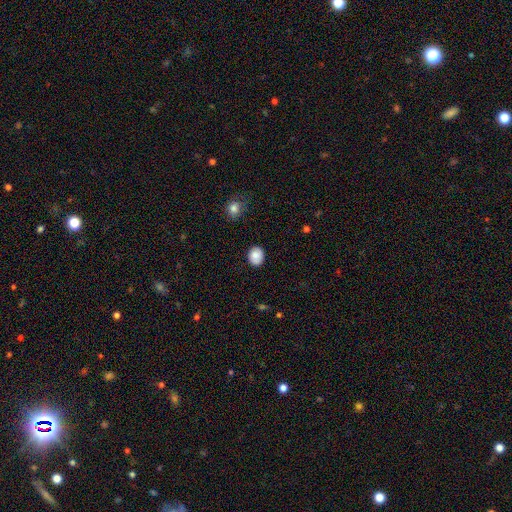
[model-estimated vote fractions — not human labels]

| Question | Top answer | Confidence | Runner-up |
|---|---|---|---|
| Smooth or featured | smooth | 85% | star or artifact (8%) |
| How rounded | round | 57% | in between (43%) |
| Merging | none | 83% | minor disturbance (13%) |